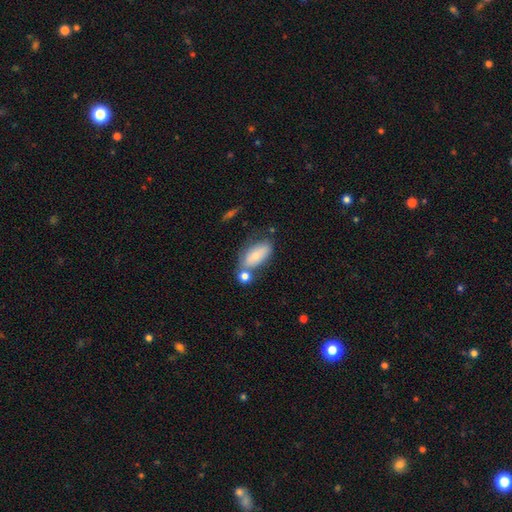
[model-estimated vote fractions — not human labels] smooth-or-featured: smooth: 68% | featured or disk: 25% | star or artifact: 7%
  how-rounded: in between: 86% | cigar-shaped: 9% | round: 5%
  merging: none: 48% | merger: 27% | minor disturbance: 18% | major disturbance: 7%